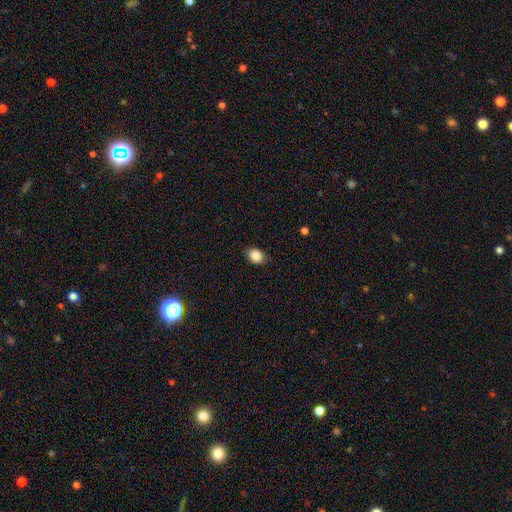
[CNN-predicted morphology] smooth-or-featured: smooth: 87% | star or artifact: 9% | featured or disk: 4%
  how-rounded: in between: 59% | round: 40% | cigar-shaped: 1%
  merging: none: 84% | minor disturbance: 13% | major disturbance: 3% | merger: 1%